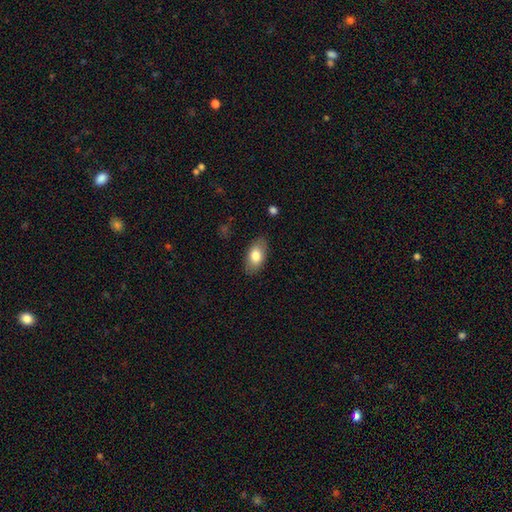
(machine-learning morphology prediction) This is likely a smooth galaxy (77%). How rounded: clearly in between (92%). Merging: clearly none (86%).